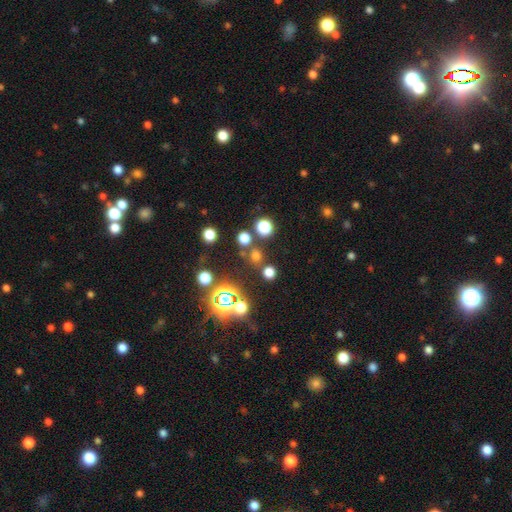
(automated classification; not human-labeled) smooth-or-featured: smooth: 59% | star or artifact: 33% | featured or disk: 7%
  how-rounded: round: 89% | in between: 9% | cigar-shaped: 1%
  merging: none: 78% | merger: 11% | minor disturbance: 8% | major disturbance: 4%